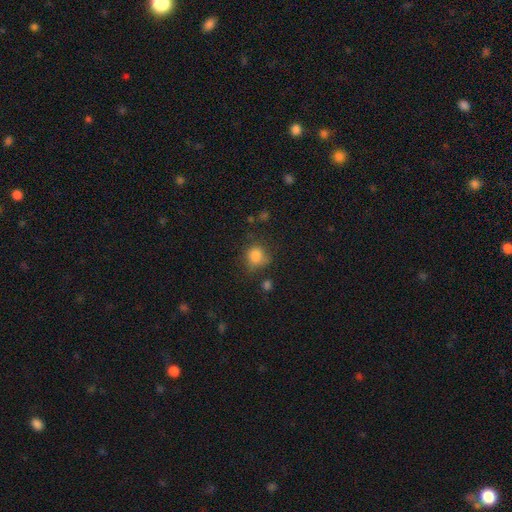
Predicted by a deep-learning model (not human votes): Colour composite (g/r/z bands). It shows a smooth galaxy with no disk features (83%) that is round (80%). Merging: none (57%).